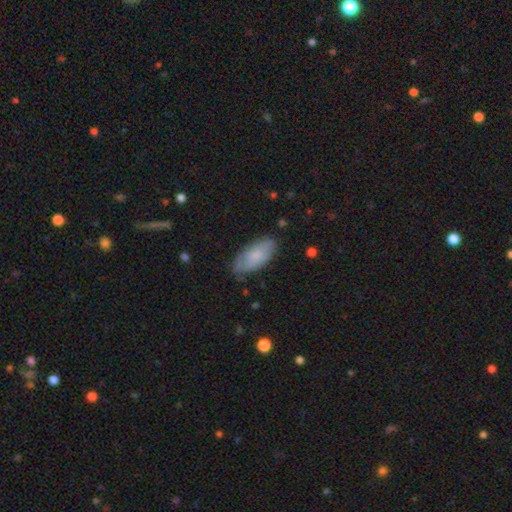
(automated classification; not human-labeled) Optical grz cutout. It shows a smooth galaxy with no disk features (71%) that is in between round and cigar-shaped (88%). Merging: none (75%).